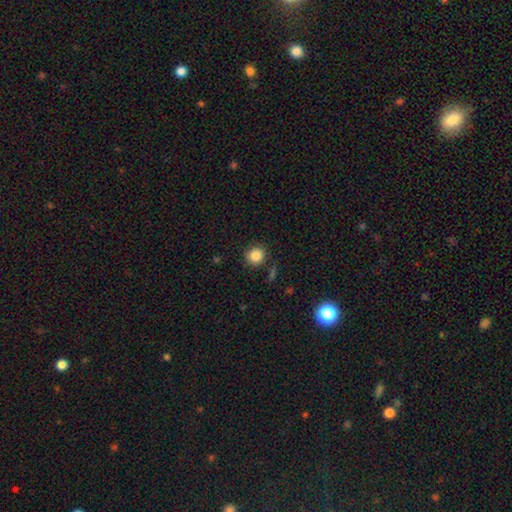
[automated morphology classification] A smooth galaxy with no disk features (85%) that is round (88%). Merging: none (85%).